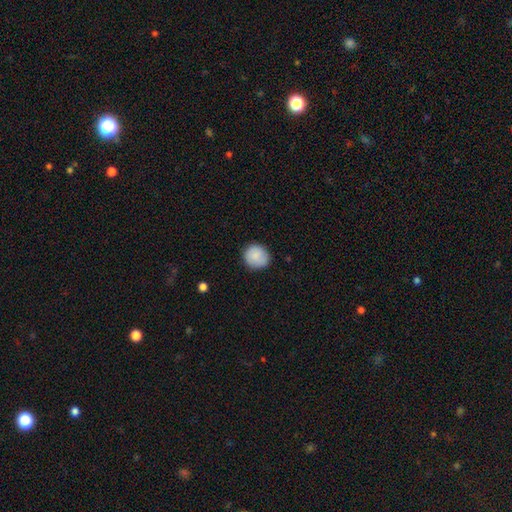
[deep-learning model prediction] Q: Smooth or featured?
A: smooth (87%); runner-up: star or artifact (7%)
Q: How rounded?
A: round (89%); runner-up: in between (10%)
Q: Merging?
A: none (86%); runner-up: minor disturbance (11%)